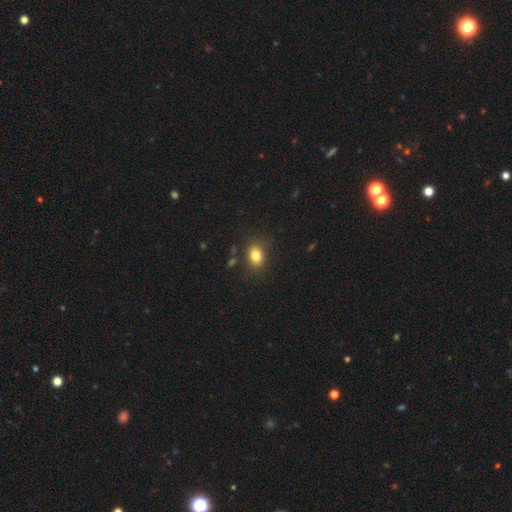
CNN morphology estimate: Smooth or featured: smooth — 82% (star or artifact — 10%)
How rounded: in between — 72% (round — 27%)
Merging: none — 81% (minor disturbance — 13%)